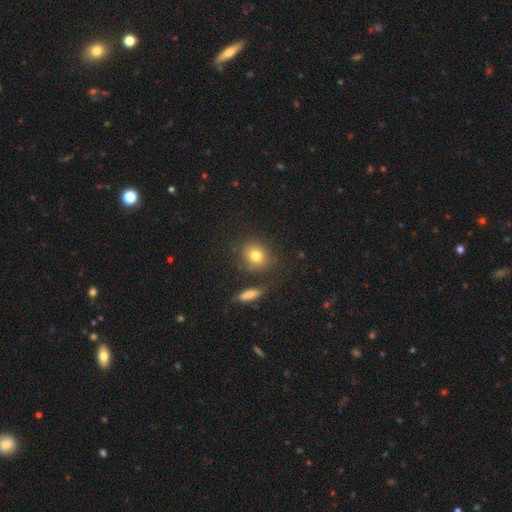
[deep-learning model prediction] Q: Smooth or featured?
A: smooth (80%); runner-up: star or artifact (11%)
Q: How rounded?
A: round (74%); runner-up: in between (24%)
Q: Merging?
A: none (77%); runner-up: minor disturbance (12%)